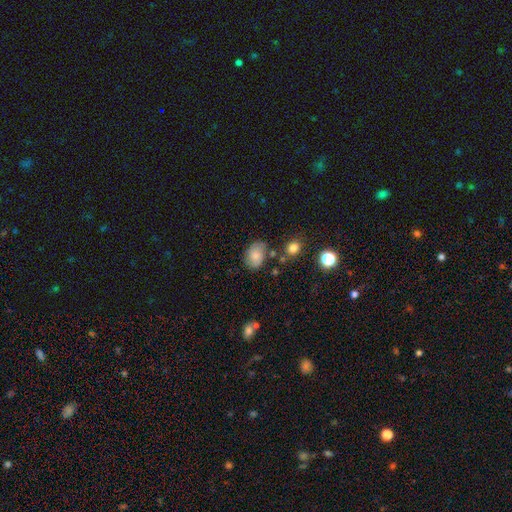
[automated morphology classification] Smooth or featured?
  - smooth: 73% *
  - featured or disk: 17%
  - star or artifact: 10%
How rounded?
  - in between: 72% *
  - round: 27%
  - cigar-shaped: 1%
Merging?
  - none: 67% *
  - minor disturbance: 22%
  - major disturbance: 6%
  - merger: 5%